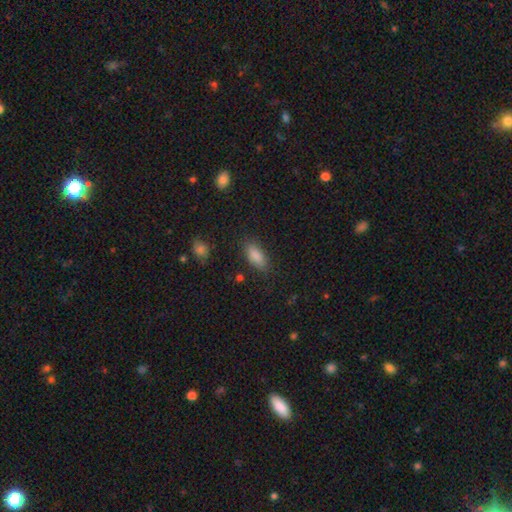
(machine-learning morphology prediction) Smooth or featured?
  - smooth: 86% *
  - star or artifact: 8%
  - featured or disk: 6%
How rounded?
  - in between: 85% *
  - cigar-shaped: 12%
  - round: 3%
Merging?
  - none: 81% *
  - minor disturbance: 14%
  - major disturbance: 4%
  - merger: 2%